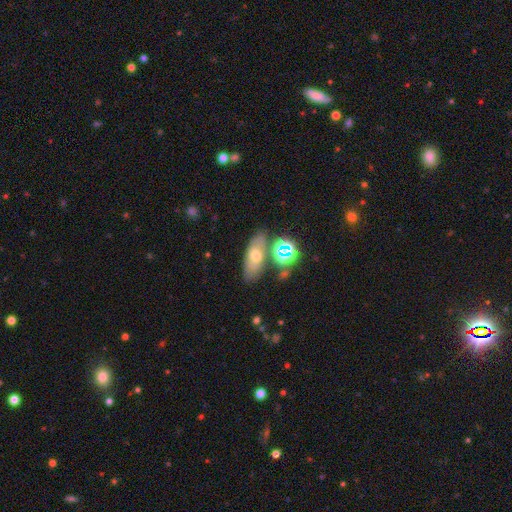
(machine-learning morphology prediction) Overall: smooth (53%; featured or disk 28%). How rounded: in between (72%). Merging: none (69%).